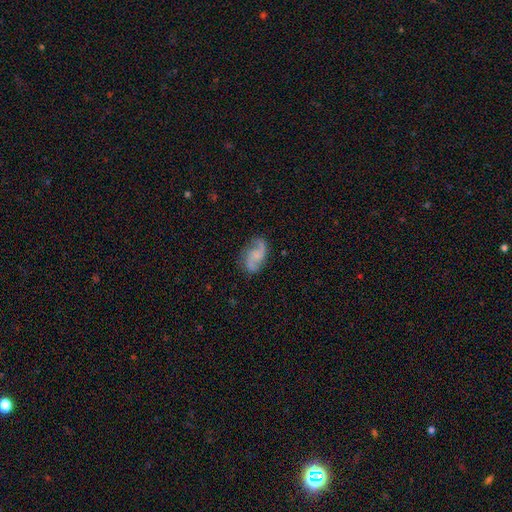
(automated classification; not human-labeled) smooth-or-featured: featured or disk: 78% | smooth: 15% | star or artifact: 7%
  disk-edge-on: no: 97% | yes: 3%
    bar: no: 60% | weak: 33% | strong: 7%
    has-spiral-arms: yes: 96% | no: 4%
      spiral-winding: loose: 53% | medium: 37% | tight: 10%
      spiral-arm-count: 2: 92% | can't tell: 3% | 1: 2% | 3: 1% | 4: 1% | more than 4: 1%
    bulge-size: none: 50% | small: 25% | moderate: 17% | large: 6% | dominant: 2%
  merging: none: 75% | minor disturbance: 16% | major disturbance: 7% | merger: 2%